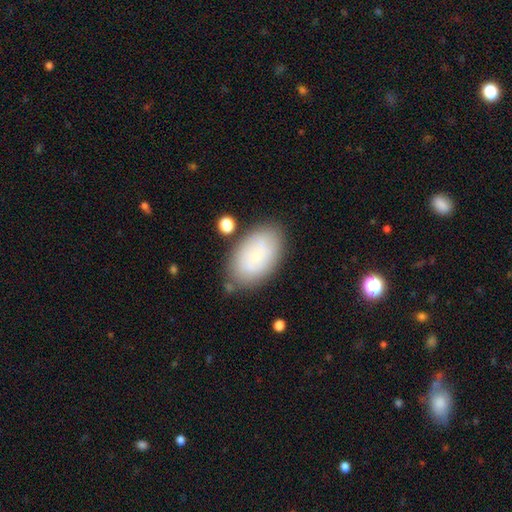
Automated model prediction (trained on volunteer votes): smooth 62%, featured or disk 30%, star or artifact 8%. Down the decision tree: how rounded — in between (92%); merging — none (77%).